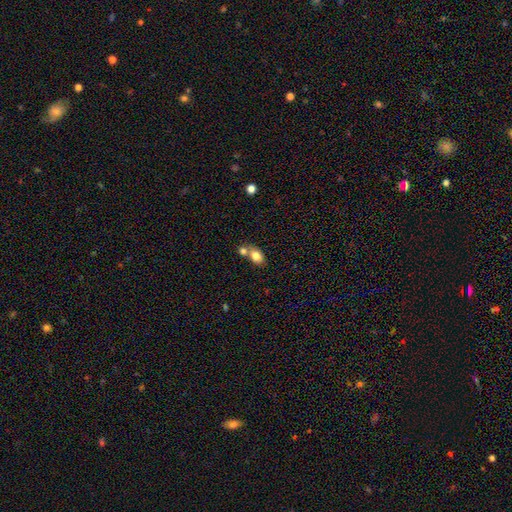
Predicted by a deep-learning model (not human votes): Smooth or featured? smooth (79%)
How rounded? in between (76%)
Merging? merger (47%)